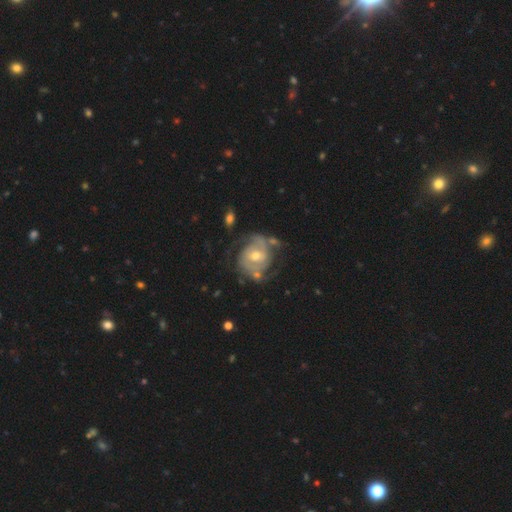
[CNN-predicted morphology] This is clearly a featured or disk galaxy (84%). It is clearly not viewed edge-on (98%). Bar: possibly no (52%). Spiral arm pattern: clearly yes (92%). Spiral arm count: likely 2 (67%). Spiral winding: possibly tight (47%). Central bulge: likely moderate (64%). Merging: possibly none (58%).